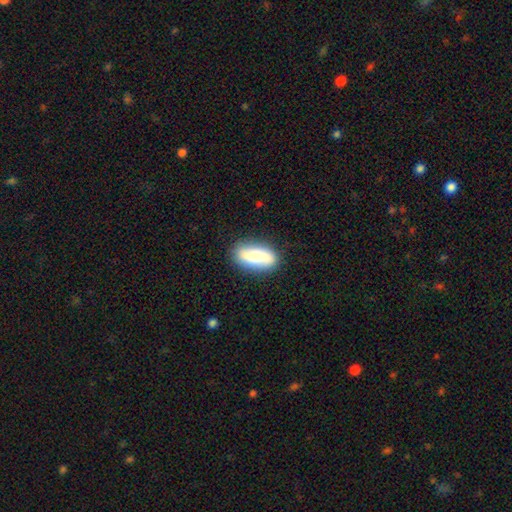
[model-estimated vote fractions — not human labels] Smooth or featured: smooth — 67% (featured or disk — 26%)
How rounded: in between — 84% (cigar-shaped — 13%)
Merging: none — 84% (minor disturbance — 11%)